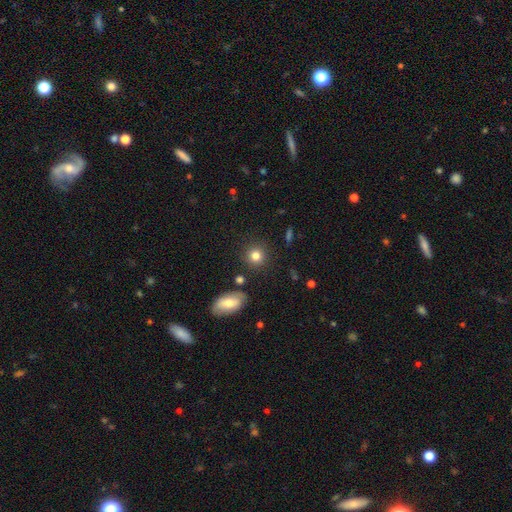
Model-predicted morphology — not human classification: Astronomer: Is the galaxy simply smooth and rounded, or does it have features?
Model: smooth — 82%.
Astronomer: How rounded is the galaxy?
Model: round — 88%.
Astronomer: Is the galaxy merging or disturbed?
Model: none — 86%.